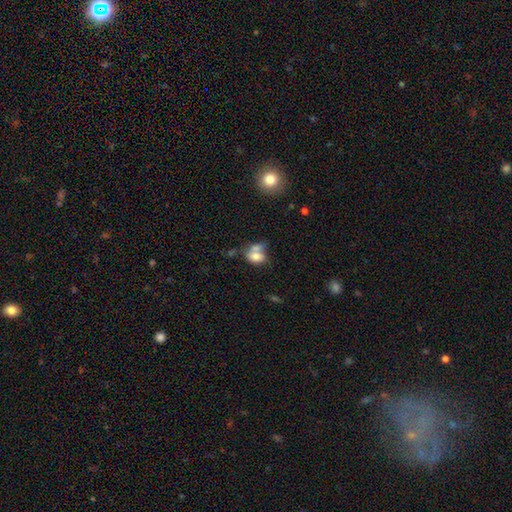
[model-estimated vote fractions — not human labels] Smooth or featured? smooth (73%)
How rounded? in between (73%)
Merging? merger (50%)